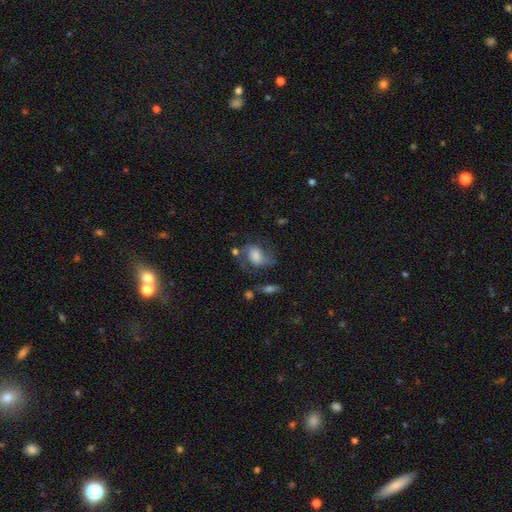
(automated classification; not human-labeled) This is possibly a featured or disk galaxy (51%). It is clearly not viewed edge-on (96%). Merging: possibly none (48%).